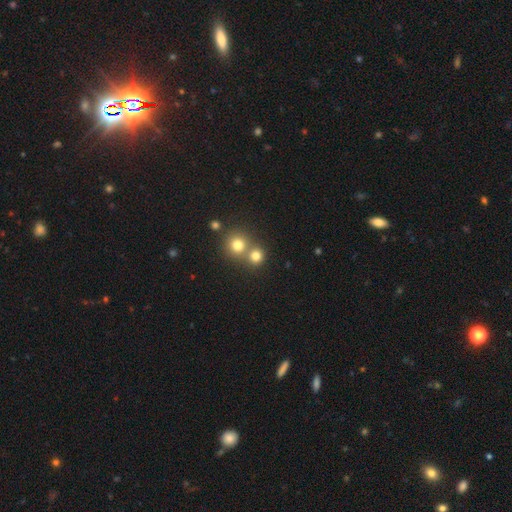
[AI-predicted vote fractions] smooth 77%, star or artifact 15%, featured or disk 8%. Down the decision tree: how rounded — round (88%); merging — none (54%).